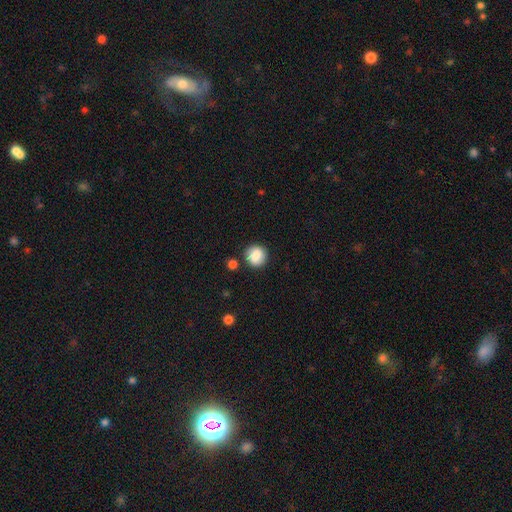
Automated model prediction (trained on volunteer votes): Smooth or featured: smooth — 83% (featured or disk — 9%)
How rounded: round — 89% (in between — 10%)
Merging: none — 83% (minor disturbance — 10%)